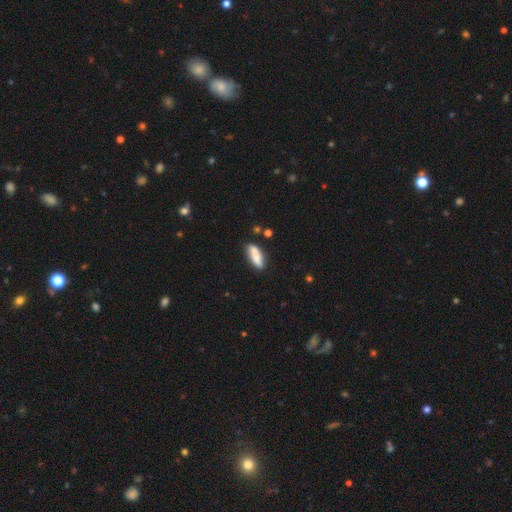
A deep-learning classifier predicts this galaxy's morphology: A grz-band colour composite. It shows a smooth galaxy with no disk features (74%) that is in between round and cigar-shaped (56%). Merging: none (72%).